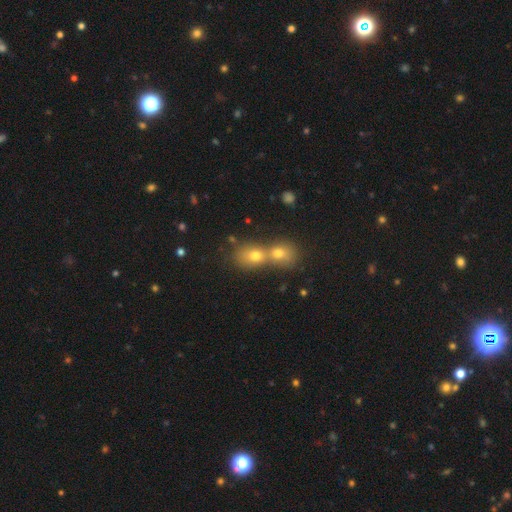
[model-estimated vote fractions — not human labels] Smooth or featured: smooth — 69% (featured or disk — 16%)
How rounded: round — 58% (in between — 40%)
Merging: merger — 69% (none — 23%)